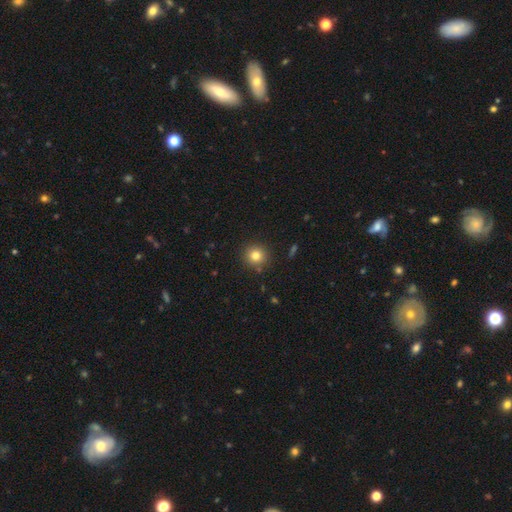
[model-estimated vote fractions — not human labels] Smooth or featured?
  - smooth: 79% *
  - star or artifact: 13%
  - featured or disk: 8%
How rounded?
  - round: 93% *
  - in between: 6%
  - cigar-shaped: 1%
Merging?
  - none: 89% *
  - minor disturbance: 7%
  - major disturbance: 2%
  - merger: 2%